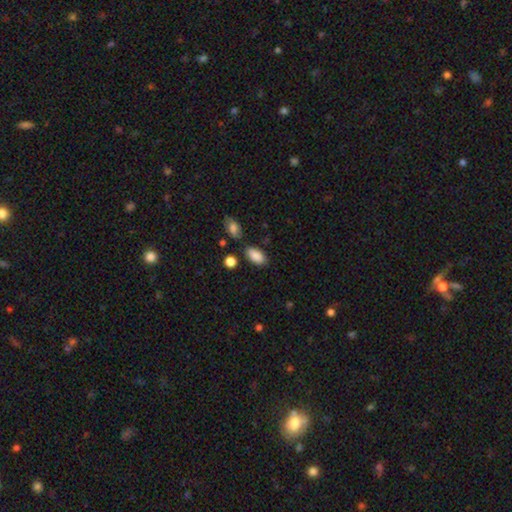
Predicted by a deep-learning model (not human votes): Morphology: type=smooth (88%); roundness=in between (93%); merging=none (78%).